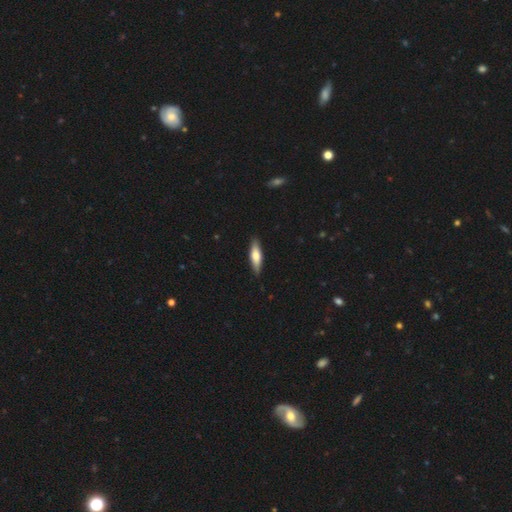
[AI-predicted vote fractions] Smooth or featured? Predicted: smooth (p=0.63). How rounded? Predicted: cigar-shaped (p=0.63). Merging? Predicted: none (p=0.88).